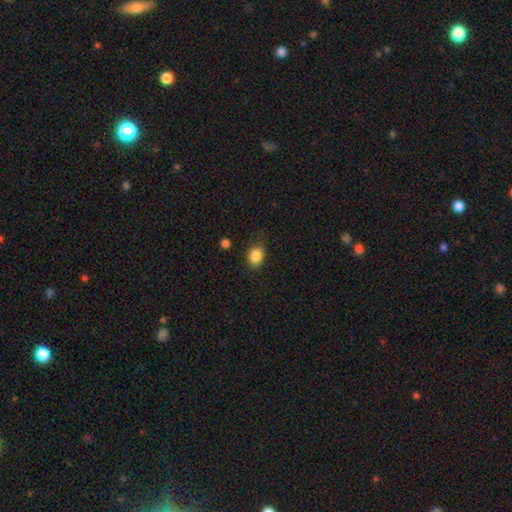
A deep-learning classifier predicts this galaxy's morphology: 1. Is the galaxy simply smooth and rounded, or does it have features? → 86% smooth, 9% star or artifact, 5% featured or disk.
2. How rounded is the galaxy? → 61% in between, 38% round, 1% cigar-shaped.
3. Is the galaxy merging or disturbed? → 77% none, 16% minor disturbance, 4% major disturbance, 2% merger.